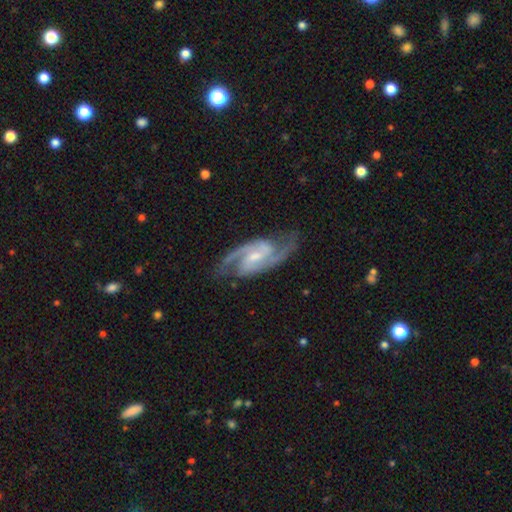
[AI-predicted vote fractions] Q: Smooth or featured?
A: featured or disk (93%); runner-up: star or artifact (4%)
Q: Edge-on disk?
A: no (97%); runner-up: yes (3%)
Q: Bar?
A: weak (52%); runner-up: strong (27%)
Q: Spiral arms?
A: yes (98%); runner-up: no (2%)
Q: Spiral winding?
A: medium (61%); runner-up: tight (25%)
Q: Spiral arm count?
A: 2 (91%); runner-up: 3 (4%)
Q: Bulge size?
A: small (53%); runner-up: moderate (38%)
Q: Merging?
A: none (80%); runner-up: minor disturbance (14%)